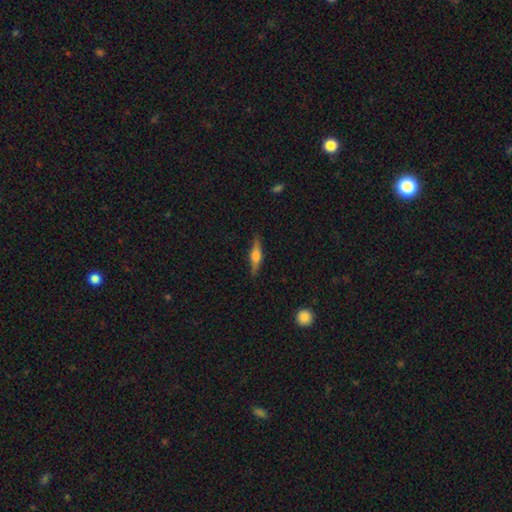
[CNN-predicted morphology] A featured or disk galaxy (62%) viewed edge-on (97%) with a rounded central bulge (89%). Merging: none (89%).